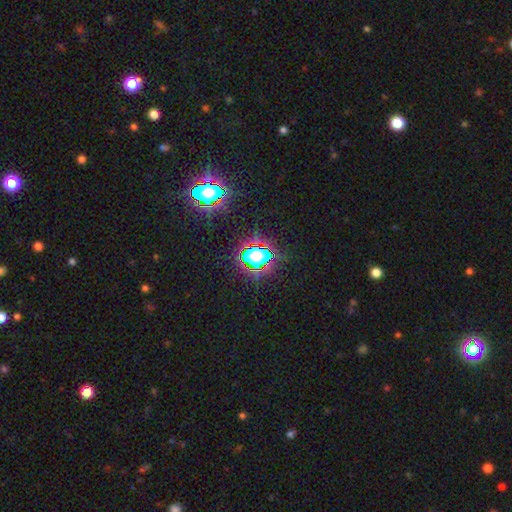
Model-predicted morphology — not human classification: A star or artifact, not a galaxy (66%).